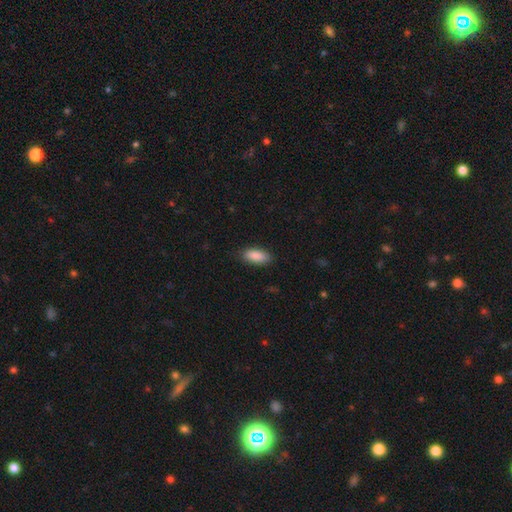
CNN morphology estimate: Smooth or featured? Predicted: smooth (p=0.89). How rounded? Predicted: in between (p=0.88). Merging? Predicted: none (p=0.86).